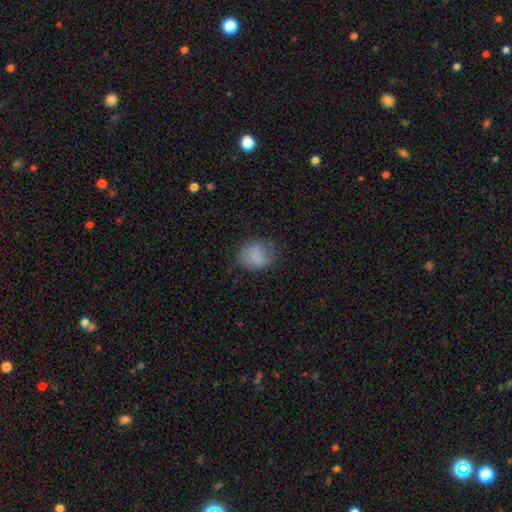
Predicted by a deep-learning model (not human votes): This appears to be a smooth galaxy with no disk features (76%) that is round (64%). Merging: none (64%).